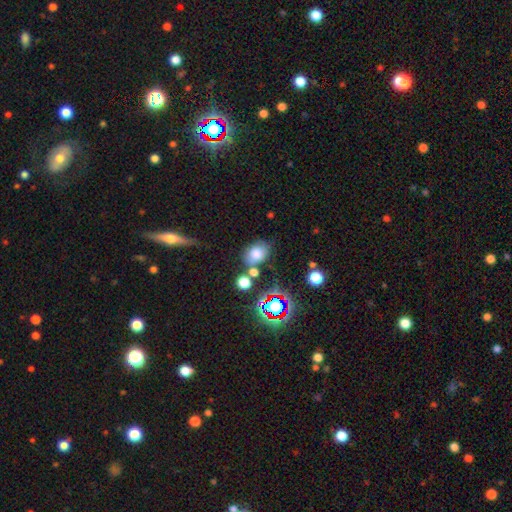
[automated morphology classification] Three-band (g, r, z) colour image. It shows a smooth galaxy with no disk features (71%) that is in between round and cigar-shaped (67%). Merging: none (59%).